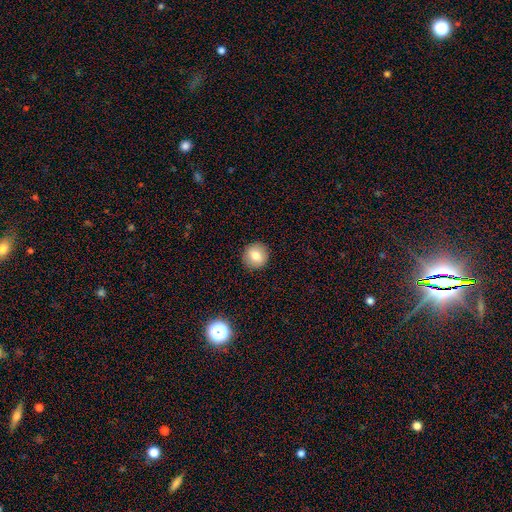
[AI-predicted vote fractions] This is likely a smooth galaxy (78%). How rounded: clearly round (93%). Merging: clearly none (92%).